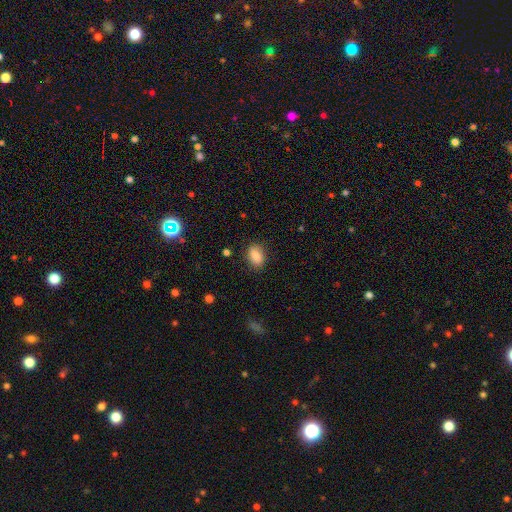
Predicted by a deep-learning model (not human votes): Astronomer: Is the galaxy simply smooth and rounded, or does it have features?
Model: smooth — 84%.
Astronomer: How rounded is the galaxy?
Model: in between — 82%.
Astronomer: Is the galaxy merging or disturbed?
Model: none — 84%.